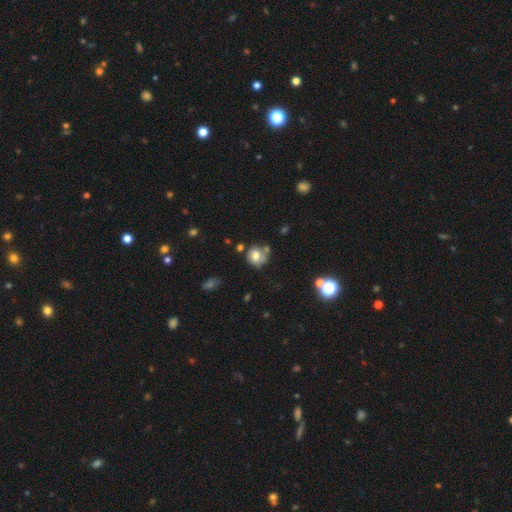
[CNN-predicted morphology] This is likely a smooth galaxy (71%). How rounded: clearly round (83%). Merging: possibly none (58%).